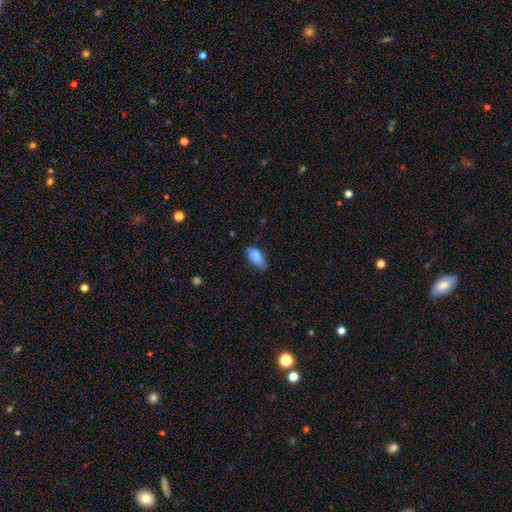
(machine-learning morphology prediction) The model was most divided on "merging": none: 54%, minor disturbance: 36%, major disturbance: 8%, merger: 2%. More confident: how rounded — in between (87%); smooth or featured — smooth (82%).